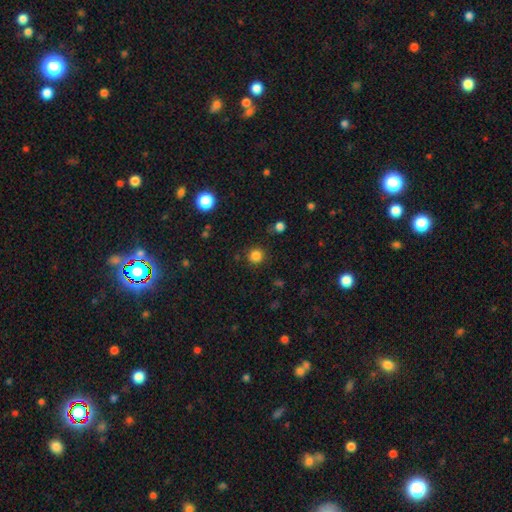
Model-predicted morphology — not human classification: This is clearly a smooth galaxy (83%). How rounded: clearly round (94%). Merging: clearly none (88%).